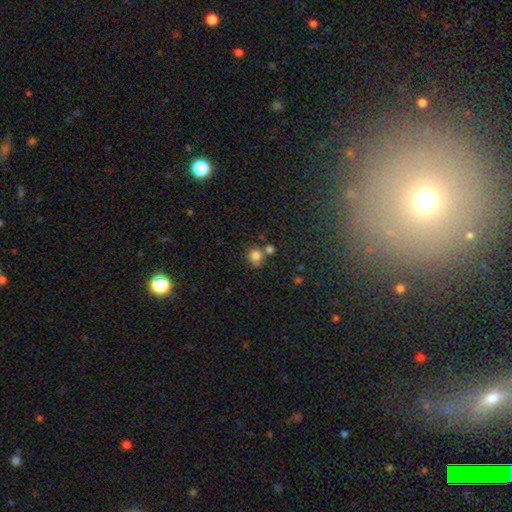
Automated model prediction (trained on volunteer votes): This is clearly a smooth galaxy (81%). How rounded: likely round (71%). Merging: possibly none (57%).